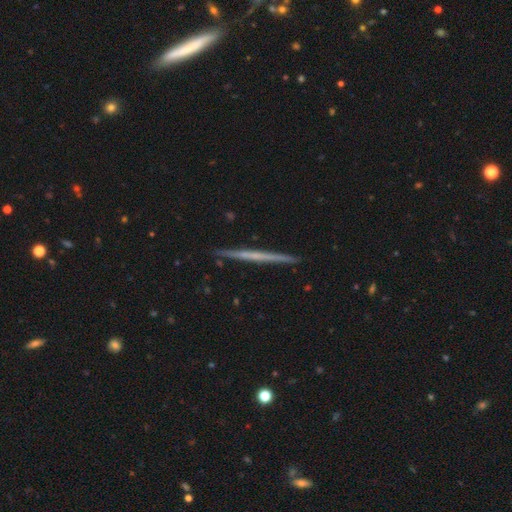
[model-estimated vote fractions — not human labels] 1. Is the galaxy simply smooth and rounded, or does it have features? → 61% featured or disk, 33% smooth, 5% star or artifact.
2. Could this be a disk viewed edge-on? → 98% yes, 2% no.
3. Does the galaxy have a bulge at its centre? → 87% none, 9% rounded, 4% boxy.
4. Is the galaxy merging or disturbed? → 92% none, 6% minor disturbance, 1% merger, 1% major disturbance.